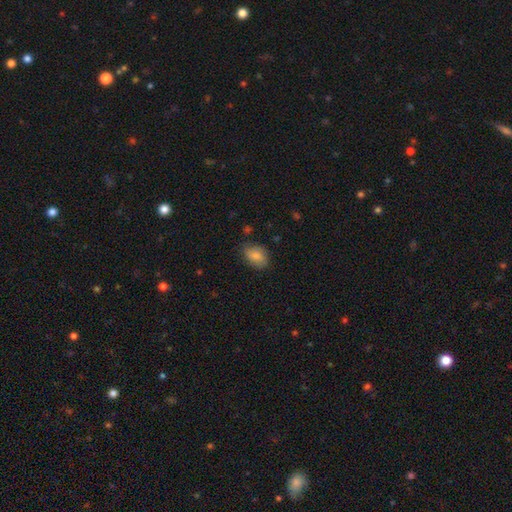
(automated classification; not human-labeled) smooth-or-featured: smooth: 82% | featured or disk: 10% | star or artifact: 7%
  how-rounded: in between: 81% | round: 18% | cigar-shaped: 1%
  merging: none: 75% | minor disturbance: 19% | major disturbance: 4% | merger: 2%